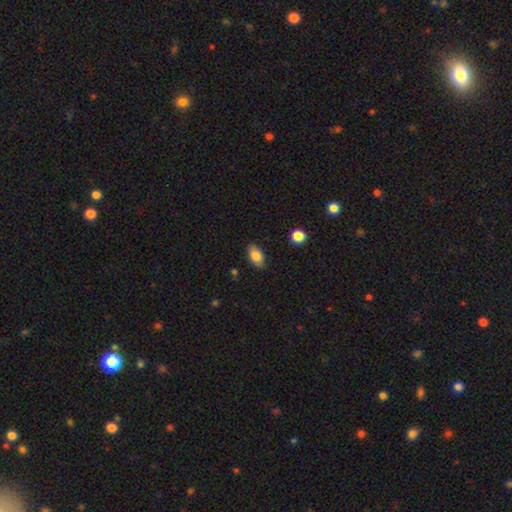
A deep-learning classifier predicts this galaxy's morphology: smooth 83%, featured or disk 9%, star or artifact 8%. Down the decision tree: how rounded — in between (91%); merging — none (87%).